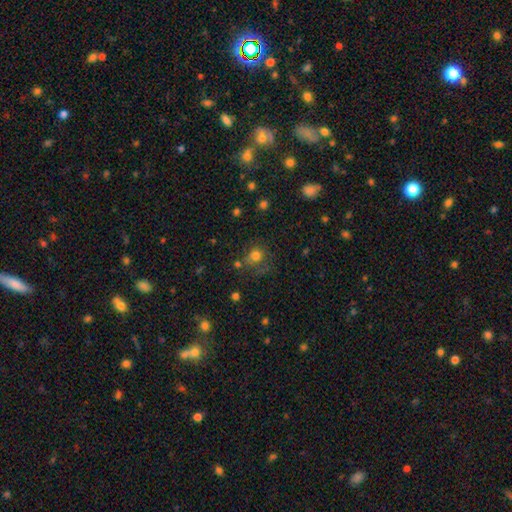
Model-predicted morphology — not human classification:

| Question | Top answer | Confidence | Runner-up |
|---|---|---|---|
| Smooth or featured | smooth | 75% | star or artifact (16%) |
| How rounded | round | 78% | in between (21%) |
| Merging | none | 57% | minor disturbance (20%) |